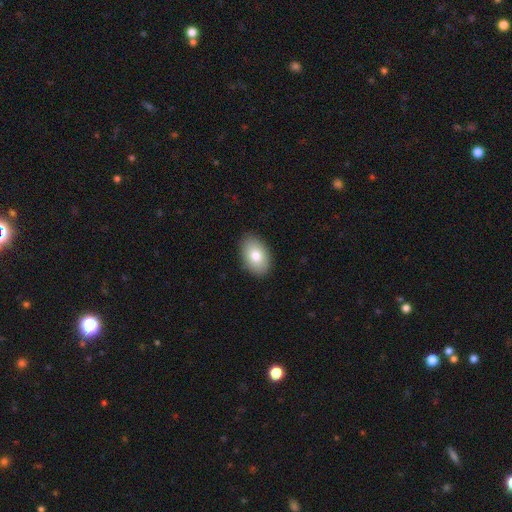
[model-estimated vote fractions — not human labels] Overall: smooth (79%). How rounded: in between (90%). Merging: none (89%).